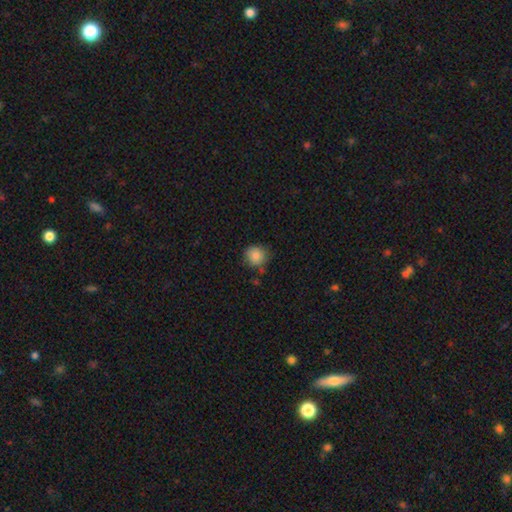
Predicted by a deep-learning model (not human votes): Q: Smooth or featured?
A: smooth (86%); runner-up: star or artifact (9%)
Q: How rounded?
A: round (90%); runner-up: in between (9%)
Q: Merging?
A: none (78%); runner-up: minor disturbance (14%)